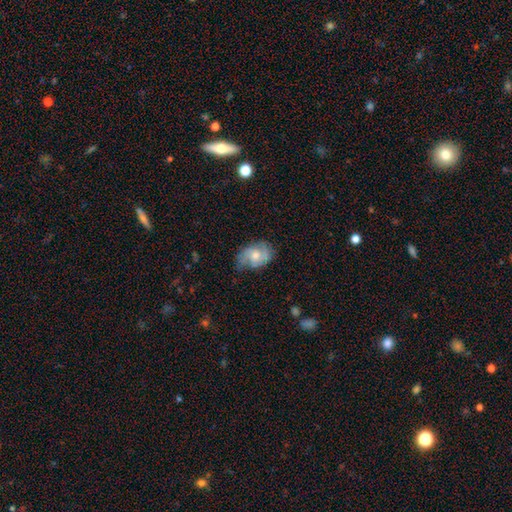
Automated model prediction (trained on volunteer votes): featured or disk 56%, smooth 37%, star or artifact 7%. Down the decision tree: edge-on disk — no (96%); bar — no (69%); spiral arms — yes (84%); bulge size — moderate (61%); merging — none (62%).